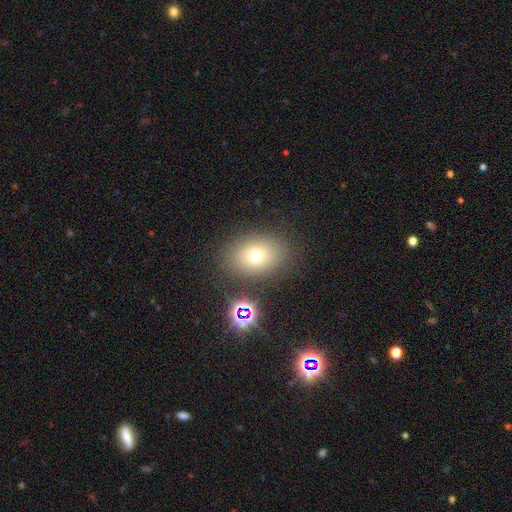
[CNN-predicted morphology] This appears to be a smooth galaxy with no disk features (70%) that is in between round and cigar-shaped (66%). Merging: none (81%).